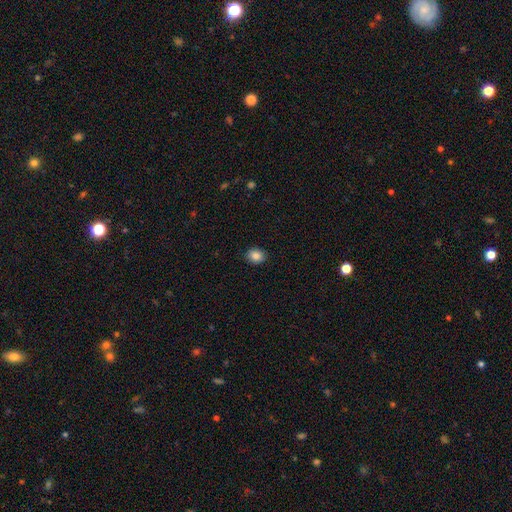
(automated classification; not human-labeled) Q: Smooth or featured?
A: smooth (86%); runner-up: star or artifact (9%)
Q: How rounded?
A: round (52%); runner-up: in between (47%)
Q: Merging?
A: none (90%); runner-up: minor disturbance (7%)